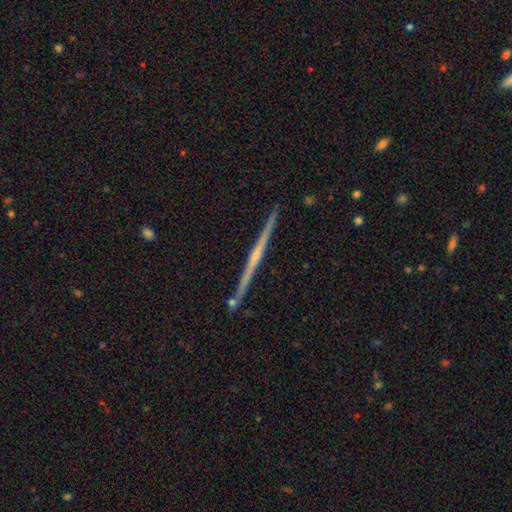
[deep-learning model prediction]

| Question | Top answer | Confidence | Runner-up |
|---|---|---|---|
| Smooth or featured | featured or disk | 80% | smooth (14%) |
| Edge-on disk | yes | 99% | no (1%) |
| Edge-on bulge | rounded | 50% | none (42%) |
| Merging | none | 92% | minor disturbance (6%) |